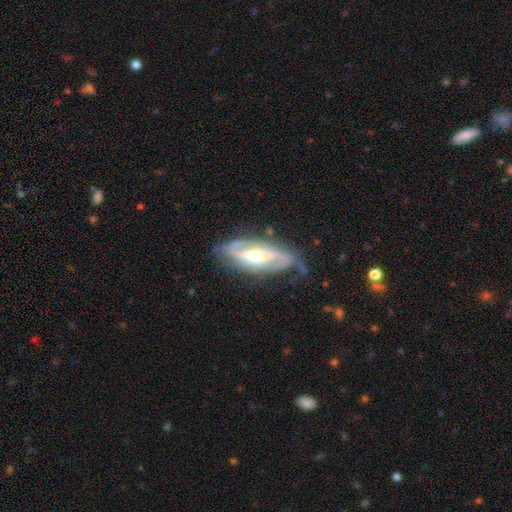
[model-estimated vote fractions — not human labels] Q: Smooth or featured?
A: featured or disk (81%); runner-up: smooth (13%)
Q: Edge-on disk?
A: no (85%); runner-up: yes (15%)
Q: Bar?
A: weak (36%); tied with: strong (36%)
Q: Spiral arms?
A: yes (87%); runner-up: no (13%)
Q: Spiral winding?
A: tight (42%); runner-up: medium (39%)
Q: Spiral arm count?
A: 2 (70%); runner-up: can't tell (19%)
Q: Bulge size?
A: moderate (62%); runner-up: small (25%)
Q: Merging?
A: none (70%); runner-up: minor disturbance (20%)